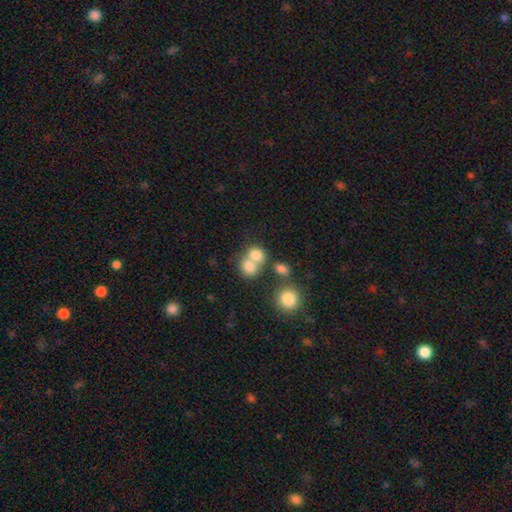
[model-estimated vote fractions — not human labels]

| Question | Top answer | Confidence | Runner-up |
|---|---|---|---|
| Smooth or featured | smooth | 76% | featured or disk (12%) |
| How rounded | round | 65% | in between (34%) |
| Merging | merger | 55% | none (34%) |